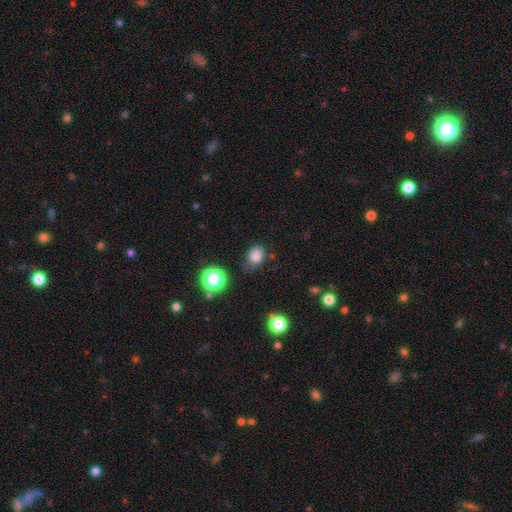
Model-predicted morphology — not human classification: This is clearly a smooth galaxy (81%). How rounded: possibly in between (56%). Merging: likely none (64%).